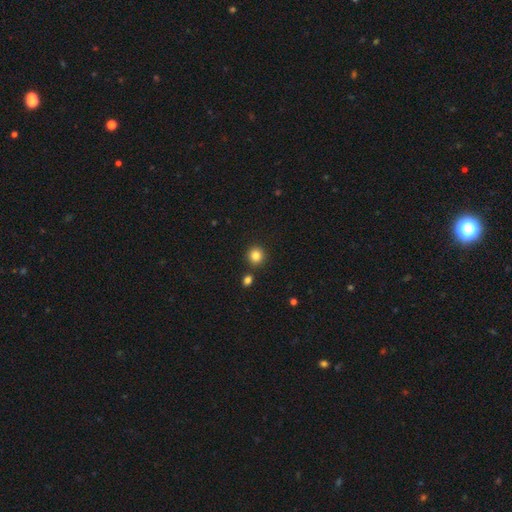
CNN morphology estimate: A smooth galaxy with no disk features (84%) that is round (91%). Merging: none (85%).